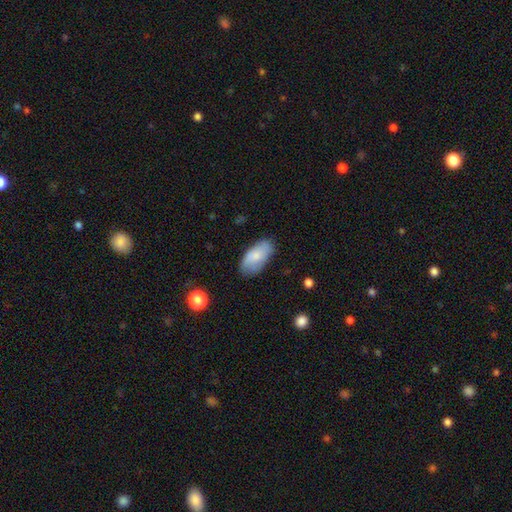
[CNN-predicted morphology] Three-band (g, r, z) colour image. It shows a smooth galaxy with no disk features (78%) that is in between round and cigar-shaped (93%). Merging: none (76%).